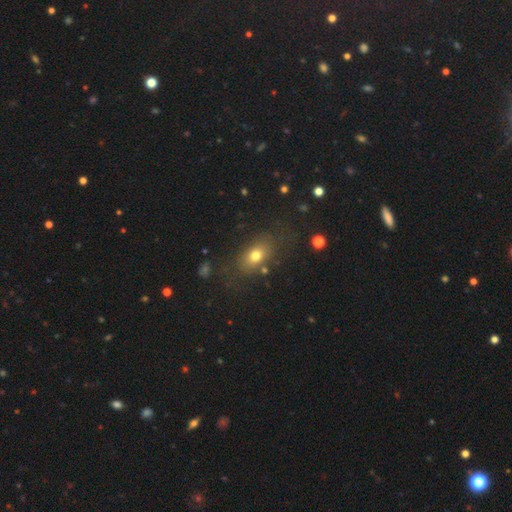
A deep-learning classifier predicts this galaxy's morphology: This appears to be a smooth galaxy with no disk features (72%) that is in between round and cigar-shaped (76%). Merging: none (74%).